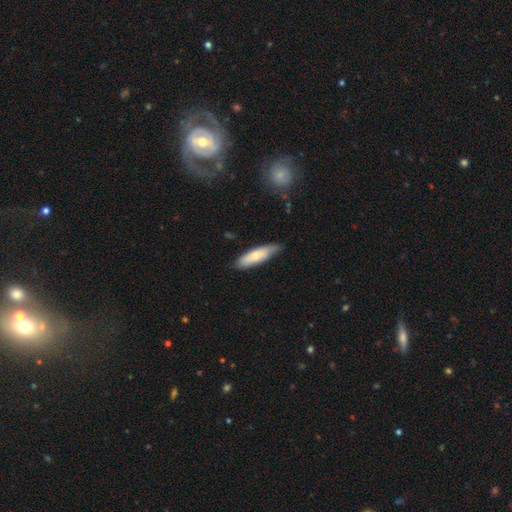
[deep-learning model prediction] smooth_or_featured: smooth (p=0.72) [alt: featured or disk p=0.23]
how_rounded: cigar-shaped (p=0.57) [alt: in between p=0.42]
merging: none (p=0.76) [alt: minor disturbance p=0.20]